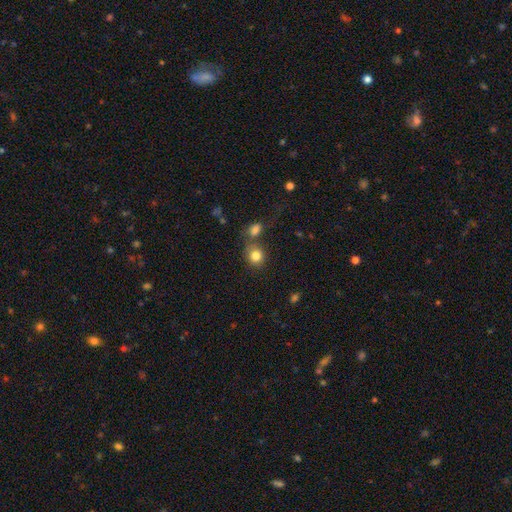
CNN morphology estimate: type=smooth (83%); roundness=round (79%); merging=none (61%).